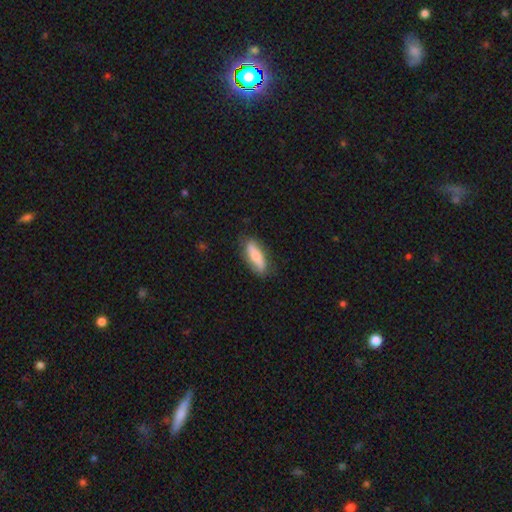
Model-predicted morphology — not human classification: Overall: smooth (62%; featured or disk 32%). How rounded: in between (54%; cigar-shaped 43%). Merging: none (82%).